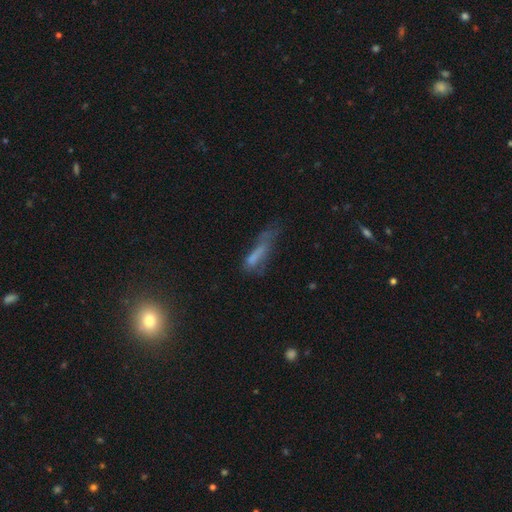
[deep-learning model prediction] This appears to be a smooth galaxy with no disk features (59%) that is cigar-shaped (66%). Merging: major disturbance (37%).